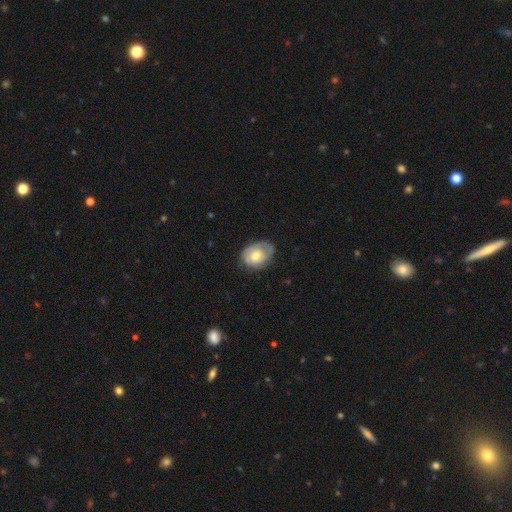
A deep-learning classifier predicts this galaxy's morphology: A smooth galaxy with no disk features (56%) that is in between round and cigar-shaped (70%). Merging: none (63%).